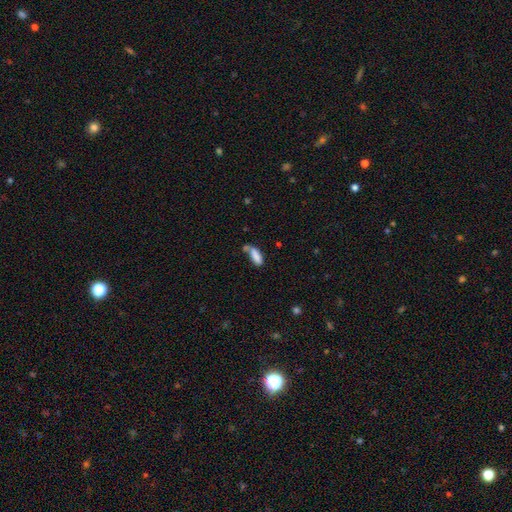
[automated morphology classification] smooth_or_featured: smooth (p=0.83) [alt: star or artifact p=0.08]
how_rounded: in between (p=0.68) [alt: cigar-shaped p=0.30]
merging: none (p=0.43) [alt: merger p=0.26]